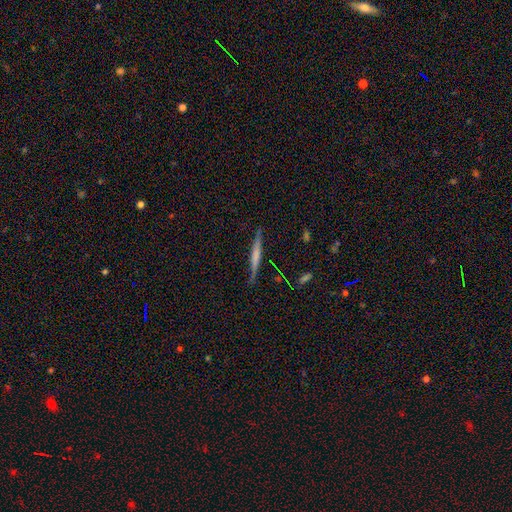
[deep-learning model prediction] A featured or disk galaxy (51%) viewed edge-on (97%). Merging: none (86%).